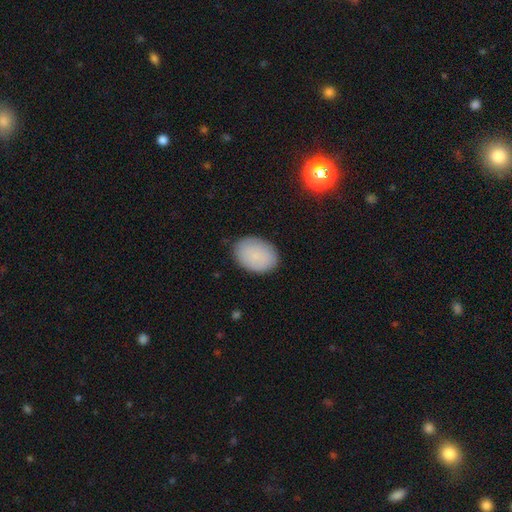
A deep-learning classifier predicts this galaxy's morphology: The model was most divided on "how rounded": in between: 80%, round: 19%, cigar-shaped: 1%. More confident: merging — none (85%); smooth or featured — smooth (84%).